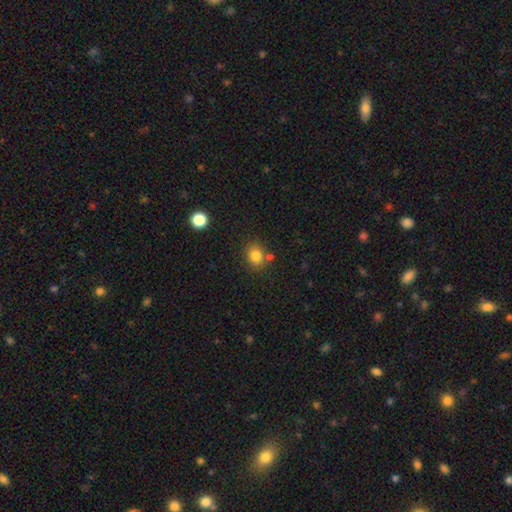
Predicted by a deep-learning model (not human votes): smooth-or-featured: smooth: 83% | star or artifact: 12% | featured or disk: 6%
  how-rounded: round: 65% | in between: 34% | cigar-shaped: 1%
  merging: none: 75% | minor disturbance: 11% | merger: 10% | major disturbance: 3%